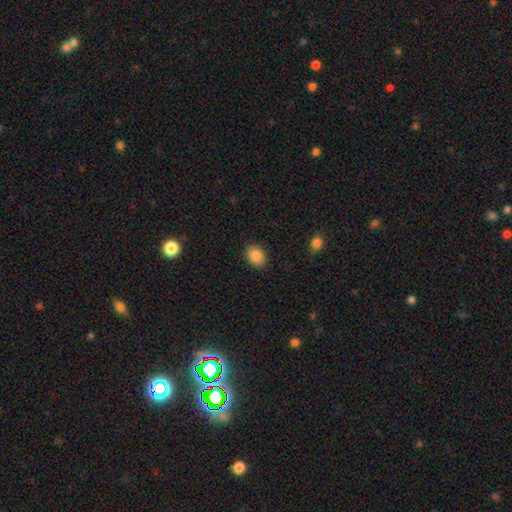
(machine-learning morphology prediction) smooth-or-featured: smooth: 86% | star or artifact: 9% | featured or disk: 6%
  how-rounded: in between: 63% | round: 36% | cigar-shaped: 1%
  merging: none: 87% | minor disturbance: 10% | major disturbance: 2% | merger: 1%